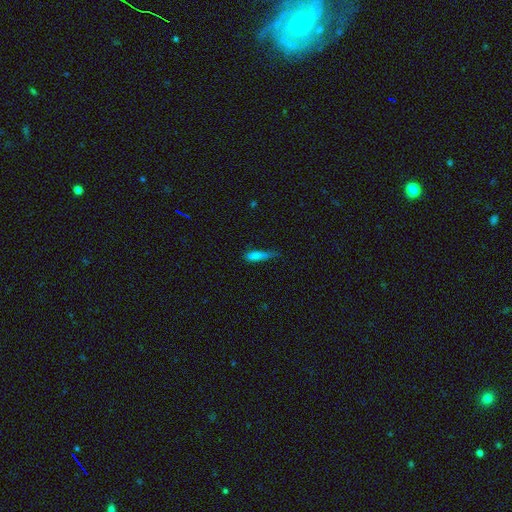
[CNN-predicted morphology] Smooth or featured? smooth (75%)
How rounded? cigar-shaped (66%)
Merging? none (44%)